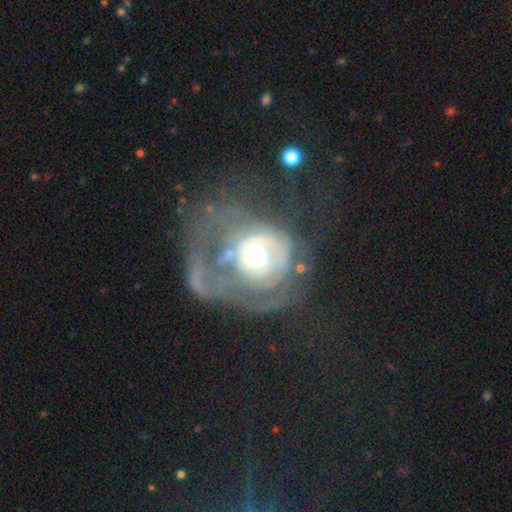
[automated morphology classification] Smooth or featured? featured or disk (69%)
Edge-on disk? no (97%)
Bar? no (81%)
Spiral arms? yes (52%)
Bulge size? moderate (62%)
Merging? major disturbance (59%)